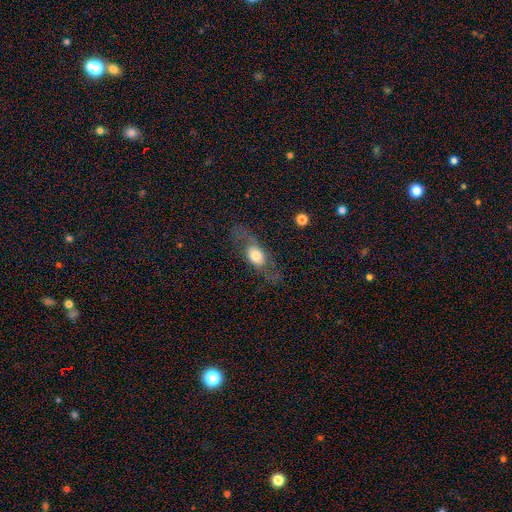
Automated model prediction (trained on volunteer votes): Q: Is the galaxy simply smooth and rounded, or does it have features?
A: featured or disk — 49%.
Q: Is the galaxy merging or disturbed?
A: none — 63%.